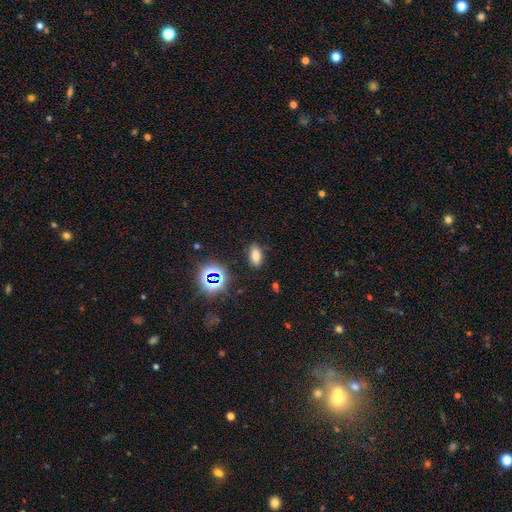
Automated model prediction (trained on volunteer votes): Smooth or featured: smooth — 72% (star or artifact — 21%)
How rounded: in between — 86% (cigar-shaped — 8%)
Merging: none — 86% (minor disturbance — 9%)